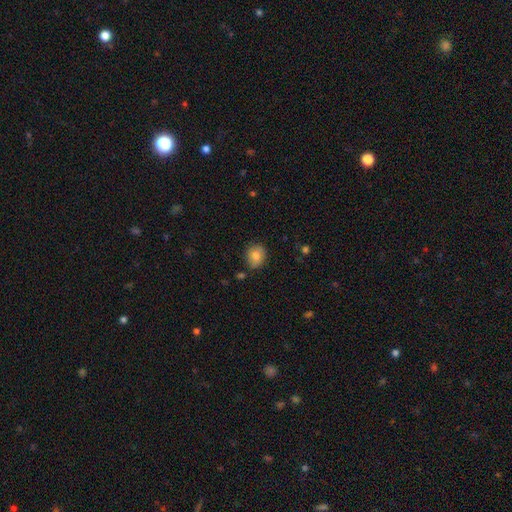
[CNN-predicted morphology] smooth-or-featured: smooth: 78% | featured or disk: 13% | star or artifact: 9%
  how-rounded: round: 68% | in between: 31% | cigar-shaped: 1%
  merging: none: 82% | minor disturbance: 13% | merger: 3% | major disturbance: 2%